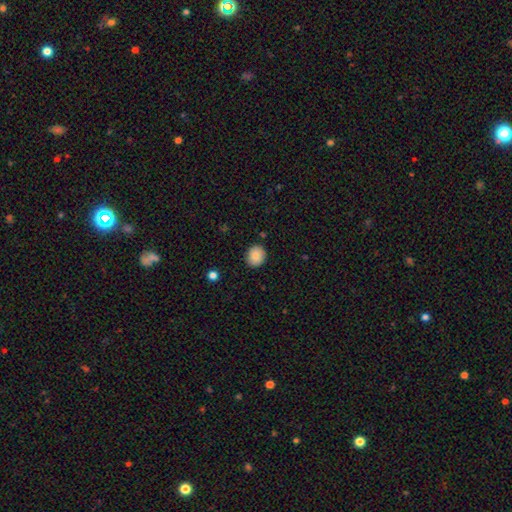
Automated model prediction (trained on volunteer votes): This is clearly a smooth galaxy (85%). How rounded: likely round (66%). Merging: clearly none (88%).